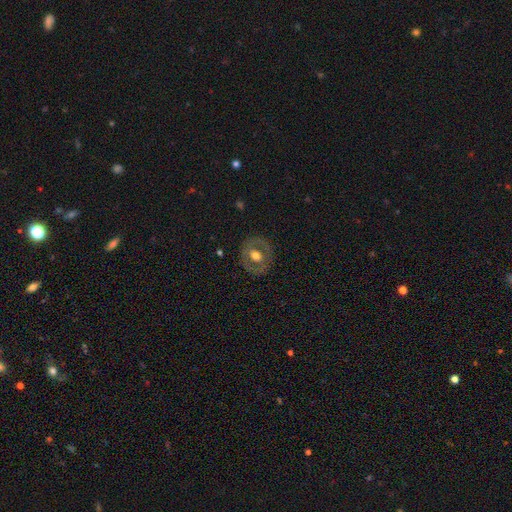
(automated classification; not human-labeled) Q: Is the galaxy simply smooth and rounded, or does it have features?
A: featured or disk — 55%.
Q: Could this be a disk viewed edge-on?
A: no — 95%.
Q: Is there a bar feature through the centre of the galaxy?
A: no — 64%.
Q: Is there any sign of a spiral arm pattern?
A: no — 82%.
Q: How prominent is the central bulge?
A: moderate — 71%.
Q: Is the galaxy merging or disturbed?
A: none — 82%.